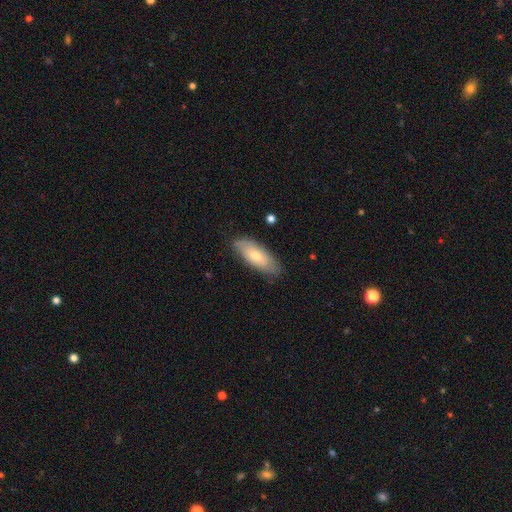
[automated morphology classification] type=smooth (67%); roundness=in between (76%); merging=none (79%).